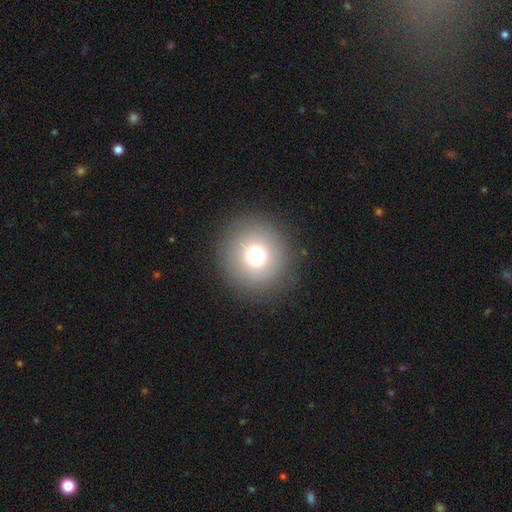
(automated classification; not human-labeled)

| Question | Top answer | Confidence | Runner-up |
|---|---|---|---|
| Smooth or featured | smooth | 74% | star or artifact (14%) |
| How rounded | round | 94% | in between (5%) |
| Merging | none | 89% | minor disturbance (7%) |